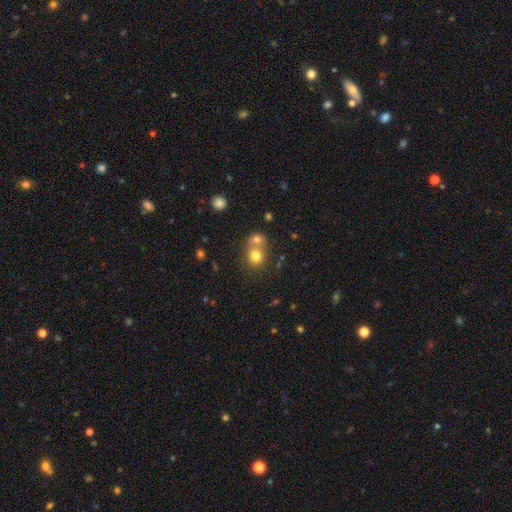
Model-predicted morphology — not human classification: This appears to be a smooth galaxy with no disk features (75%) that is round (82%). Merging: merger (50%).